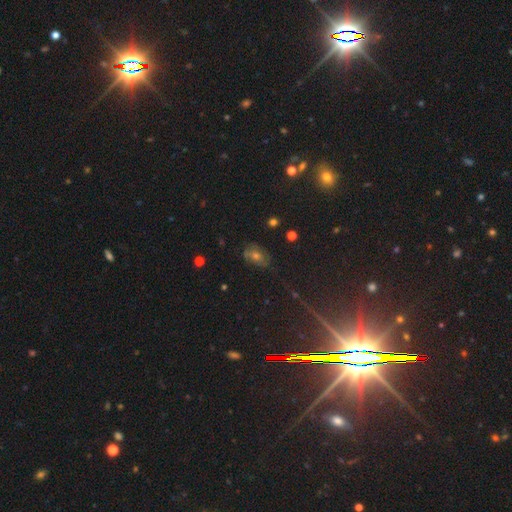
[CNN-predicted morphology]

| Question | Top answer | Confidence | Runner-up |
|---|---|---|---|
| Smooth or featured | star or artifact | 41% | smooth (38%) |